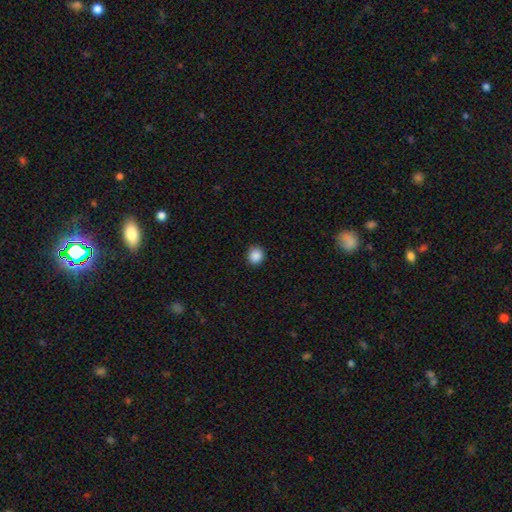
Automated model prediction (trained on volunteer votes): Smooth or featured? Predicted: smooth (p=0.88). How rounded? Predicted: round (p=0.89). Merging? Predicted: none (p=0.91).